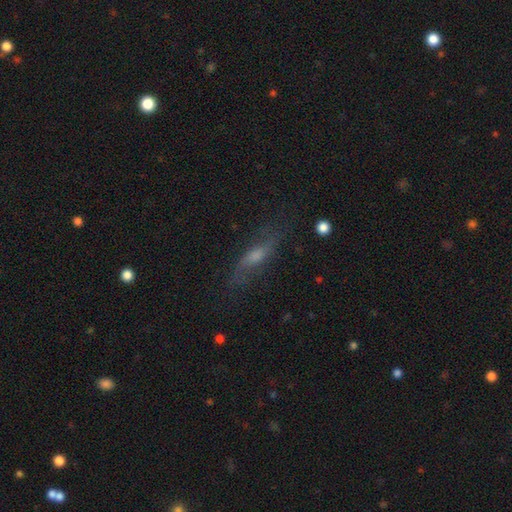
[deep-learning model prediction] featured or disk 50%, smooth 37%, star or artifact 13%. Down the decision tree: merging — none (69%).